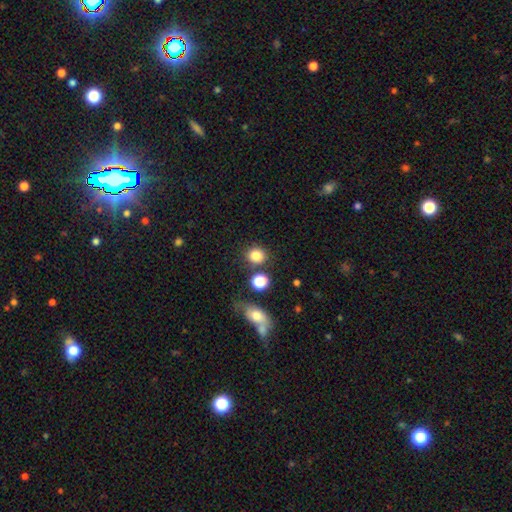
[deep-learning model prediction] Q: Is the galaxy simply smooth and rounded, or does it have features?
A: smooth — 82%.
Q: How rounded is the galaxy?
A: round — 80%.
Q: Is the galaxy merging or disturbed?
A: none — 76%.